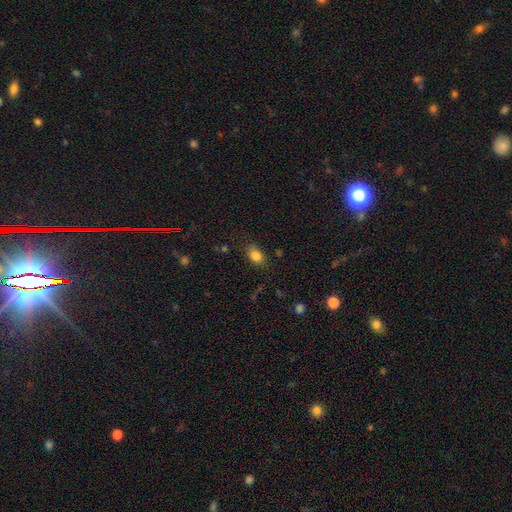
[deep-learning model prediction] Overall: smooth (84%). How rounded: in between (82%). Merging: none (78%).